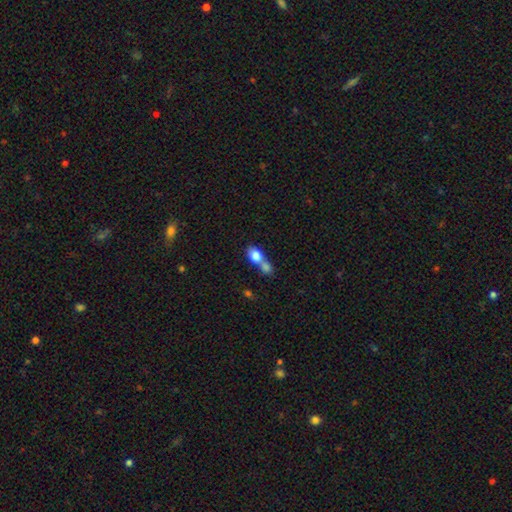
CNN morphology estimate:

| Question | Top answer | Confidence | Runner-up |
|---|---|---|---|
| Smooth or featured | smooth | 79% | featured or disk (13%) |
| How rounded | in between | 68% | round (28%) |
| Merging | merger | 70% | none (19%) |